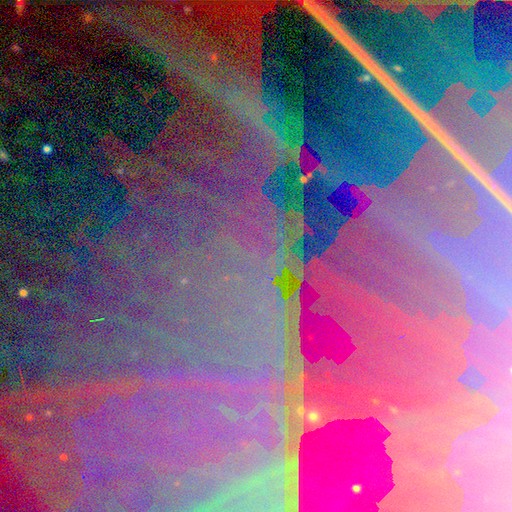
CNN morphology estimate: smooth_or_featured: star or artifact (p=0.85) [alt: featured or disk p=0.09]